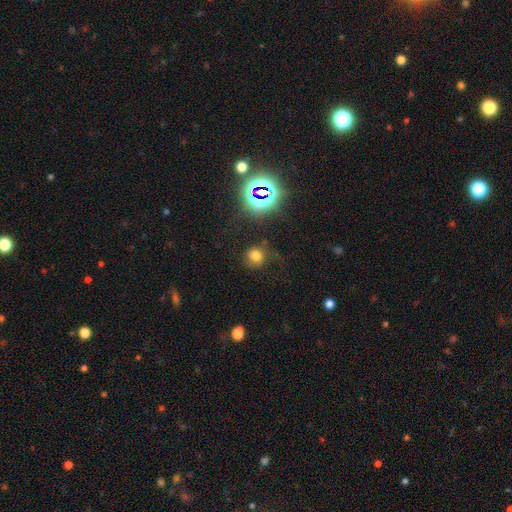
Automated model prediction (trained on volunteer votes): smooth_or_featured: smooth (p=0.65) [alt: star or artifact p=0.22]
how_rounded: round (p=0.83) [alt: in between p=0.16]
merging: none (p=0.63) [alt: minor disturbance p=0.19]